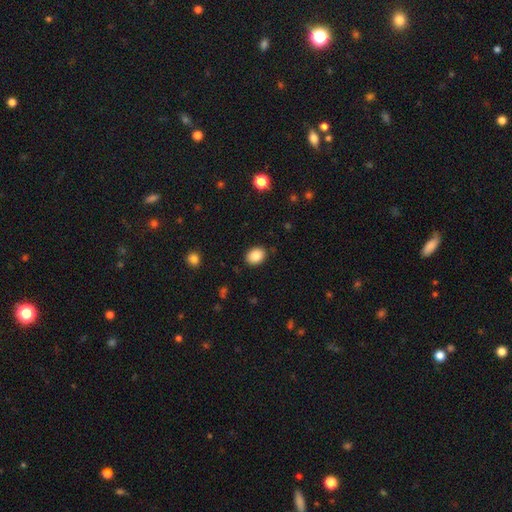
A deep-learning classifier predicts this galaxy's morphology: Smooth or featured? smooth (86%)
How rounded? in between (59%)
Merging? none (89%)